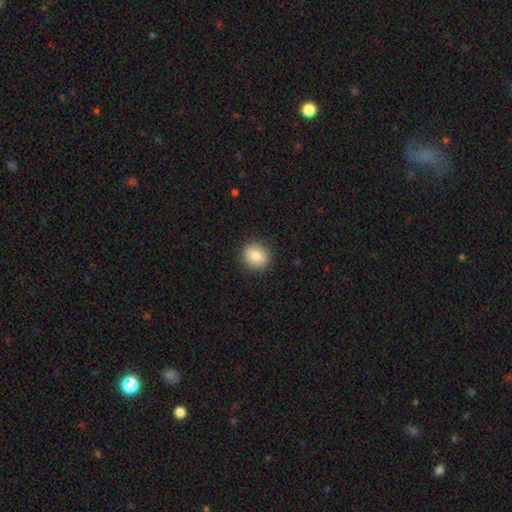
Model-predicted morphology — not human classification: This is clearly a smooth galaxy (84%). How rounded: clearly round (84%). Merging: clearly none (90%).